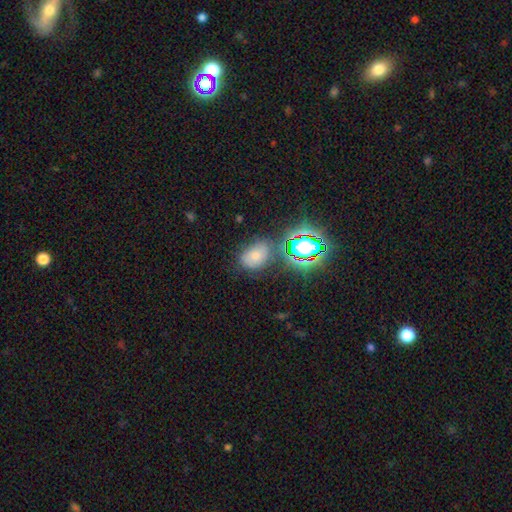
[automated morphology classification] The model was most divided on "smooth or featured": smooth: 62%, star or artifact: 24%, featured or disk: 14%. More confident: how rounded — in between (77%); merging — none (64%).